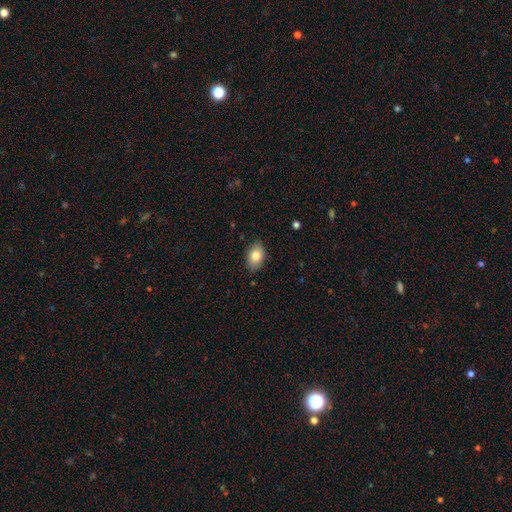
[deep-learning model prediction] Smooth or featured?
  - smooth: 83% *
  - featured or disk: 10%
  - star or artifact: 7%
How rounded?
  - in between: 88% *
  - round: 11%
  - cigar-shaped: 1%
Merging?
  - none: 86% *
  - minor disturbance: 11%
  - major disturbance: 2%
  - merger: 1%